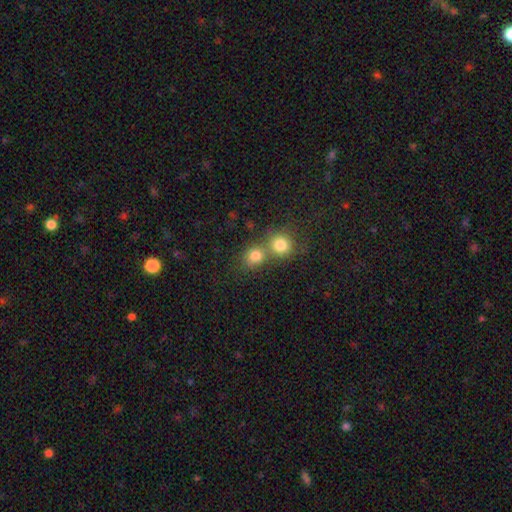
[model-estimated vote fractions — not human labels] Morphology: type=smooth (80%); roundness=round (81%); merging=none (47%).